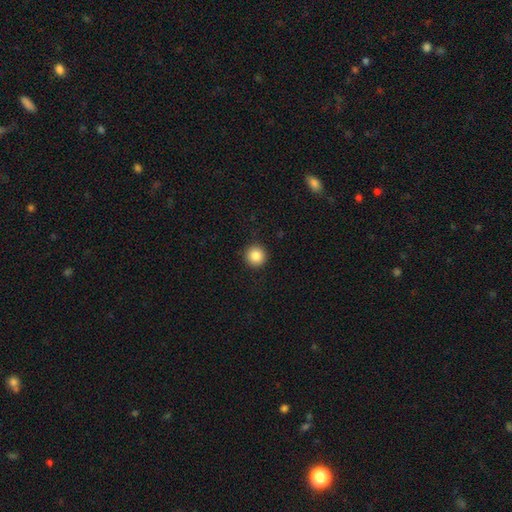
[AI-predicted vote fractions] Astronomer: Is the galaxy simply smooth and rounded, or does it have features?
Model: smooth — 85%.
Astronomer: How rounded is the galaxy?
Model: round — 96%.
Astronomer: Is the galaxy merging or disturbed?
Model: none — 93%.